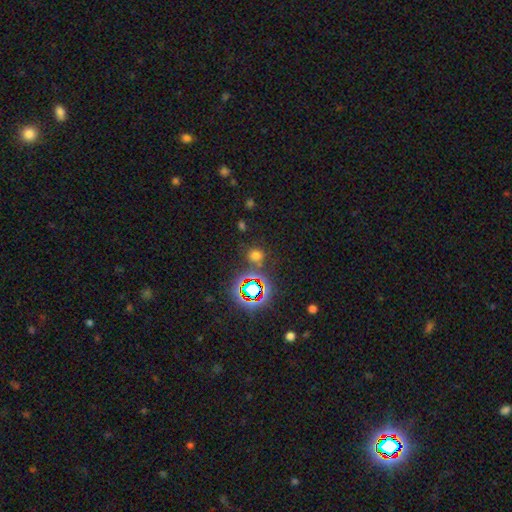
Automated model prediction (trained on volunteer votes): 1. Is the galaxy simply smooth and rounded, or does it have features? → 56% smooth, 36% star or artifact, 8% featured or disk.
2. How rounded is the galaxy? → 84% round, 14% in between, 1% cigar-shaped.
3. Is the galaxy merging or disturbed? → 76% none, 10% minor disturbance, 9% merger, 5% major disturbance.